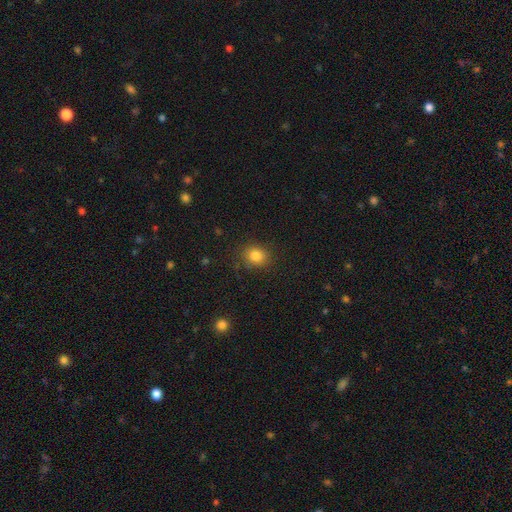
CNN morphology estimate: Smooth or featured?
  - smooth: 83% *
  - star or artifact: 11%
  - featured or disk: 5%
How rounded?
  - round: 67% *
  - in between: 32%
  - cigar-shaped: 1%
Merging?
  - none: 84% *
  - minor disturbance: 11%
  - major disturbance: 3%
  - merger: 1%